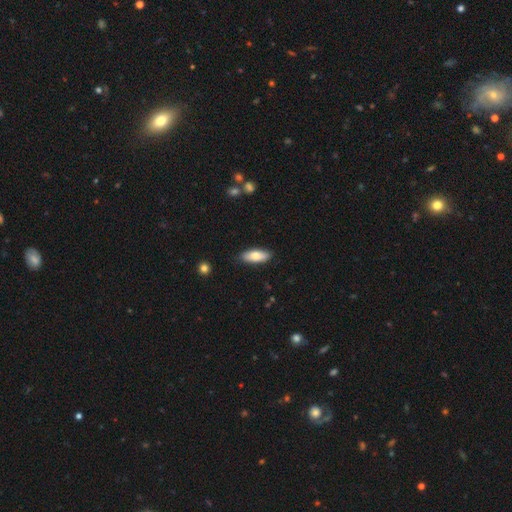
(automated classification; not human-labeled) This appears to be a smooth galaxy with no disk features (76%) that is in between round and cigar-shaped (76%). Merging: none (87%).